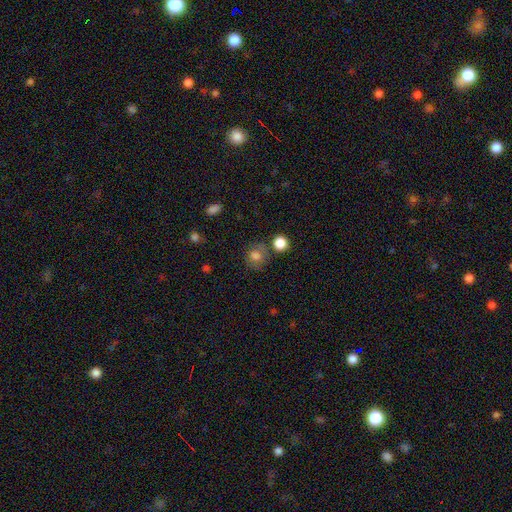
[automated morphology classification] smooth-or-featured: smooth: 74% | featured or disk: 14% | star or artifact: 12%
  how-rounded: round: 77% | in between: 22% | cigar-shaped: 1%
  merging: none: 68% | minor disturbance: 16% | merger: 9% | major disturbance: 7%